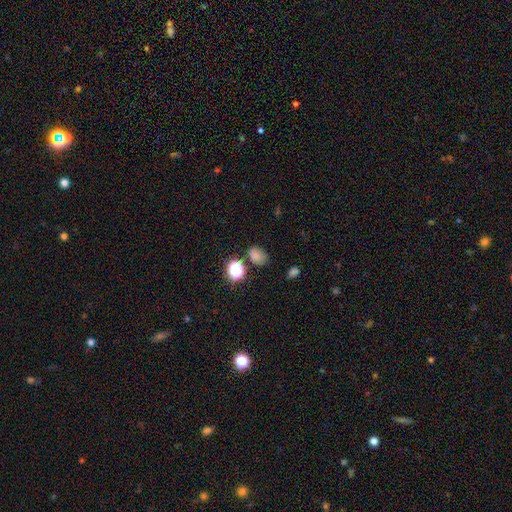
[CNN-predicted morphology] Overall: smooth (70%). How rounded: in between (68%; round 31%). Merging: none (68%).